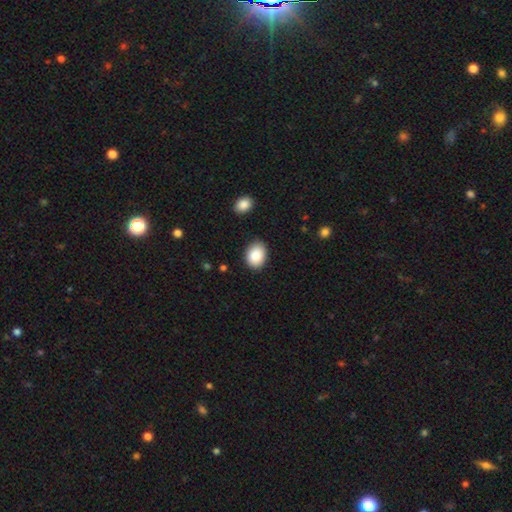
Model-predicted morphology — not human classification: Q: Smooth or featured?
A: smooth (87%); runner-up: star or artifact (7%)
Q: How rounded?
A: in between (64%); runner-up: round (35%)
Q: Merging?
A: none (86%); runner-up: minor disturbance (11%)